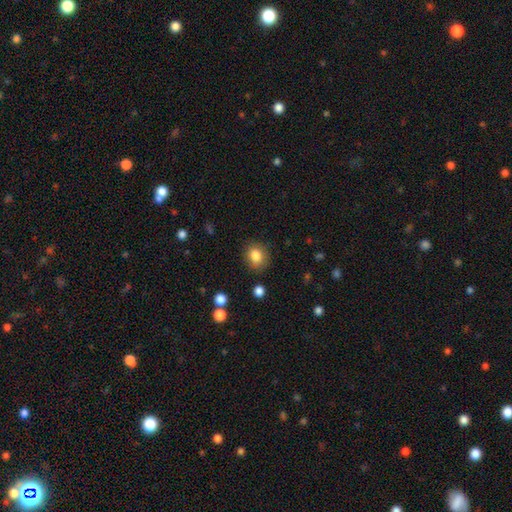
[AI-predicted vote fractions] Q: Smooth or featured?
A: smooth (84%); runner-up: star or artifact (10%)
Q: How rounded?
A: round (60%); runner-up: in between (39%)
Q: Merging?
A: none (83%); runner-up: minor disturbance (12%)